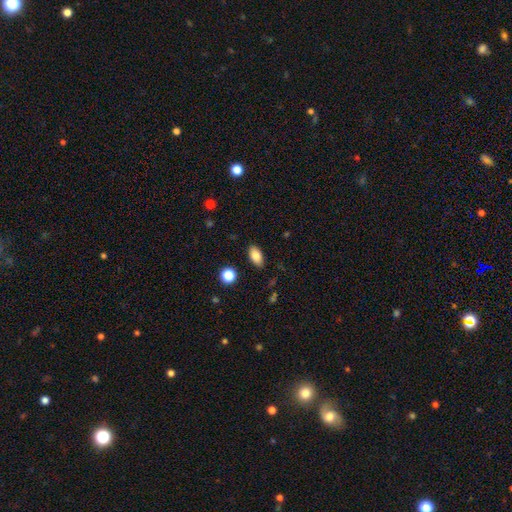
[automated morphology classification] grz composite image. It shows a smooth galaxy with no disk features (84%) that is in between round and cigar-shaped (90%). Merging: none (88%).